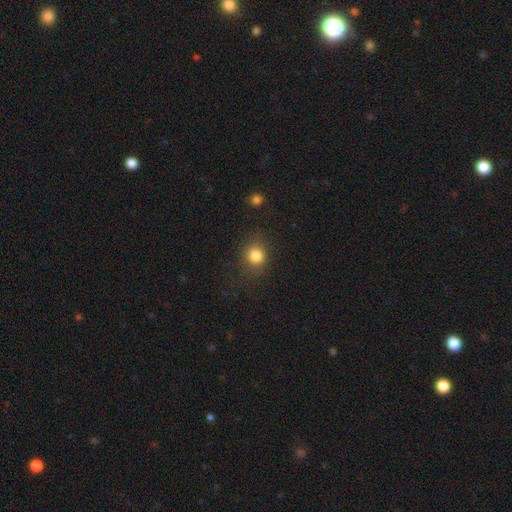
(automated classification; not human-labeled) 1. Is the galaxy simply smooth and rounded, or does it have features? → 83% smooth, 12% star or artifact, 6% featured or disk.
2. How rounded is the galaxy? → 77% round, 22% in between, 1% cigar-shaped.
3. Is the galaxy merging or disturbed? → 77% none, 14% minor disturbance, 6% major disturbance, 2% merger.